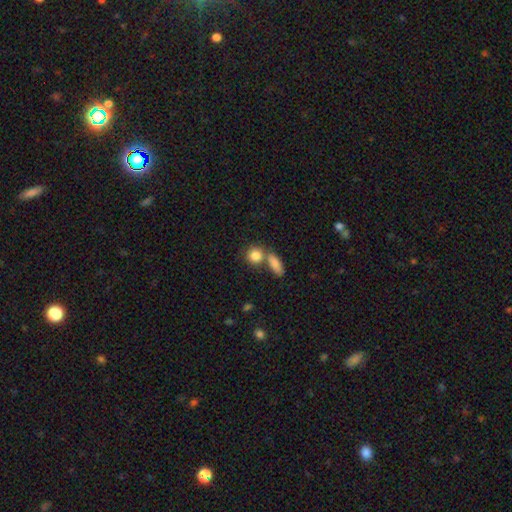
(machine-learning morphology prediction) A smooth galaxy with no disk features (84%) that is round (73%).

Vote fractions:
- Smooth or featured? smooth: 84% / featured or disk: 8% / star or artifact: 8%
- How rounded? round: 73% / in between: 24% / cigar-shaped: 3%
- Merging? none: 50% / merger: 37% / minor disturbance: 9% / major disturbance: 4%